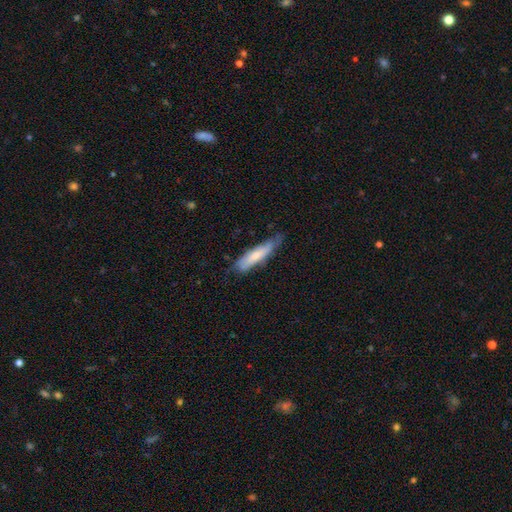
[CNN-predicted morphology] Smooth or featured? Predicted: smooth (p=0.63). How rounded? Predicted: cigar-shaped (p=0.78). Merging? Predicted: none (p=0.62).